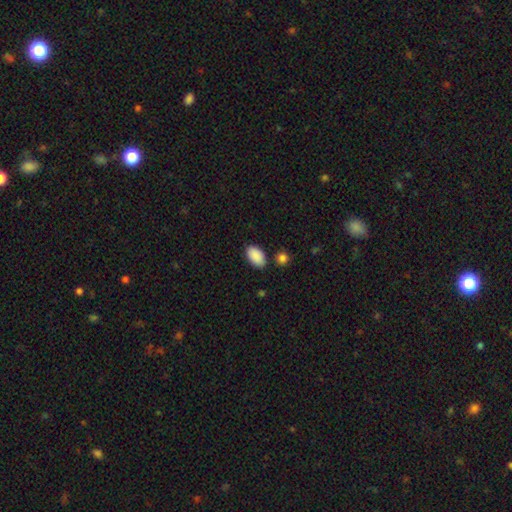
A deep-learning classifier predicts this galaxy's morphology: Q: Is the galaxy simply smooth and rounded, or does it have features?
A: smooth — 90%.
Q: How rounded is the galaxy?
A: in between — 94%.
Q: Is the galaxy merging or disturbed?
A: none — 83%.